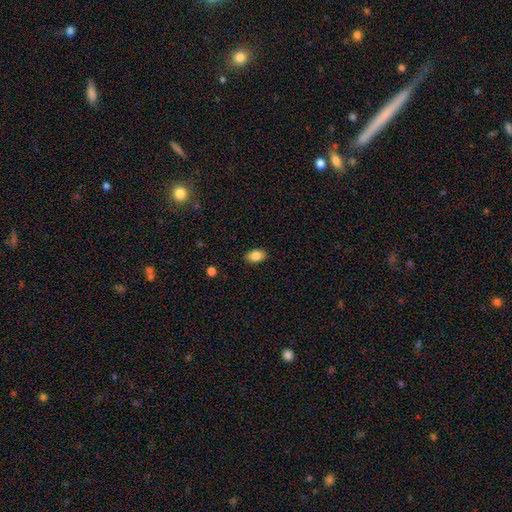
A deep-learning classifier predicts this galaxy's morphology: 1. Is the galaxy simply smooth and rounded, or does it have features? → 87% smooth, 8% star or artifact, 5% featured or disk.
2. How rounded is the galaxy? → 86% in between, 12% round, 1% cigar-shaped.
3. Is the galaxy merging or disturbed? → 88% none, 9% minor disturbance, 2% major disturbance, 1% merger.